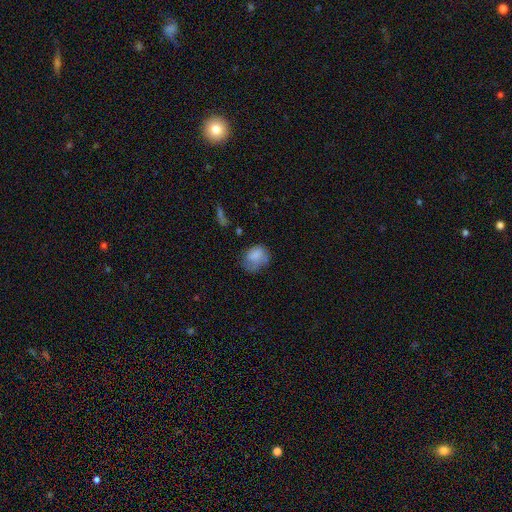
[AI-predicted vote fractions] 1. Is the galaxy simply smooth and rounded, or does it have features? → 70% smooth, 21% featured or disk, 9% star or artifact.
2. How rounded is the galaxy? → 55% in between, 44% round, 1% cigar-shaped.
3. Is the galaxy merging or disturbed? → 45% none, 30% minor disturbance, 22% major disturbance, 4% merger.